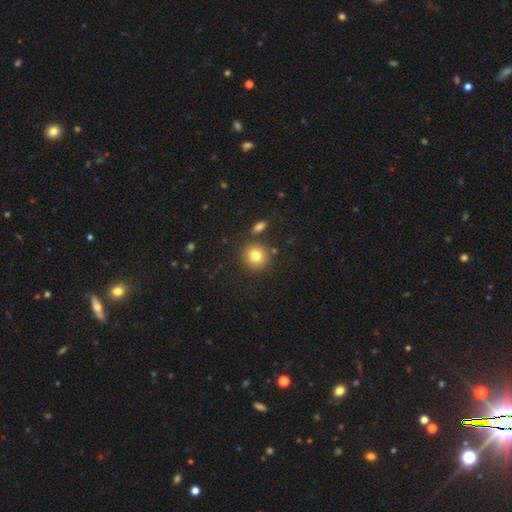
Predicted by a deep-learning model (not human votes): A smooth galaxy with no disk features (80%) that is round (89%).

Vote fractions:
- Smooth or featured? smooth: 80% / star or artifact: 11% / featured or disk: 9%
- How rounded? round: 89% / in between: 10% / cigar-shaped: 1%
- Merging? none: 82% / minor disturbance: 8% / merger: 7% / major disturbance: 3%